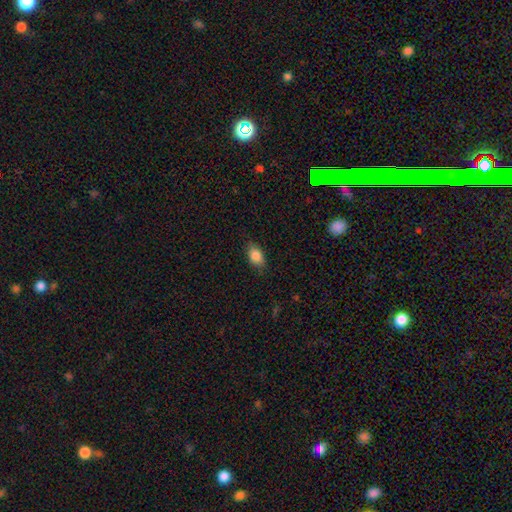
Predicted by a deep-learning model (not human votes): smooth 85%, star or artifact 8%, featured or disk 7%. Down the decision tree: how rounded — in between (85%); merging — none (81%).